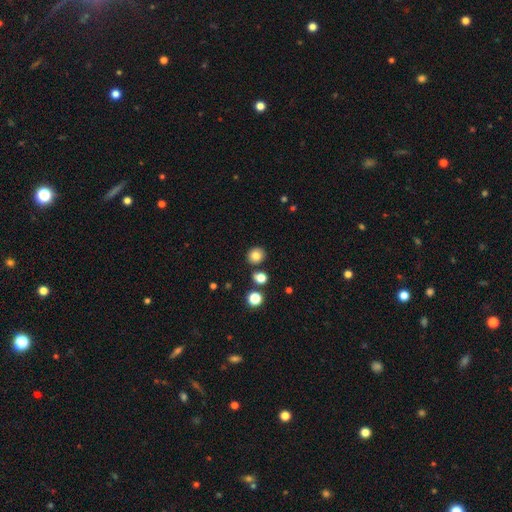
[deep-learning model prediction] smooth 80%, star or artifact 12%, featured or disk 8%. Down the decision tree: how rounded — round (85%); merging — none (84%).